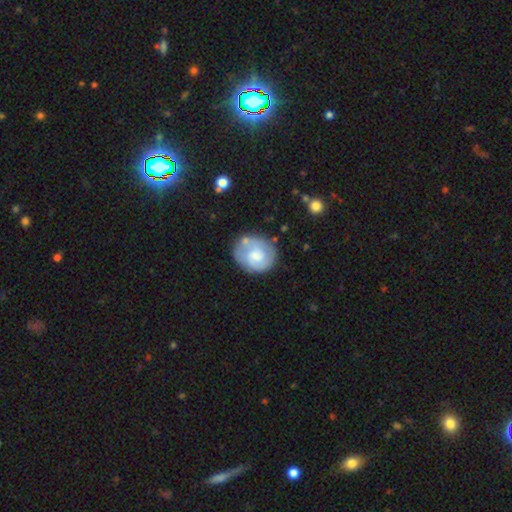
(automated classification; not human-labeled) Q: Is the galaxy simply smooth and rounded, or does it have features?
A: featured or disk — 50%.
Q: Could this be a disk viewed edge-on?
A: no — 98%.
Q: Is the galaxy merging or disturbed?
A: none — 65%.